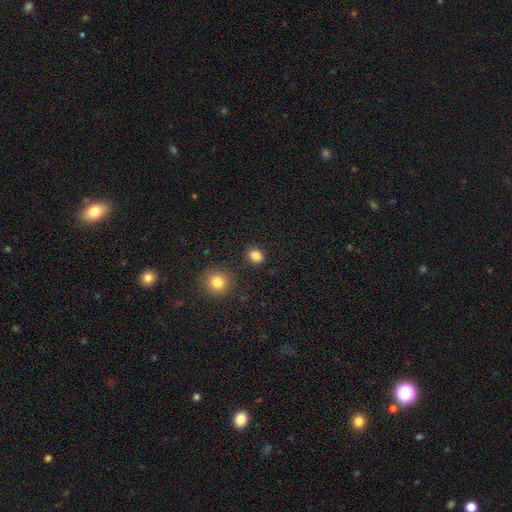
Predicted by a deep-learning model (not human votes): A smooth galaxy with no disk features (84%) that is in between round and cigar-shaped (51%). Merging: none (87%).